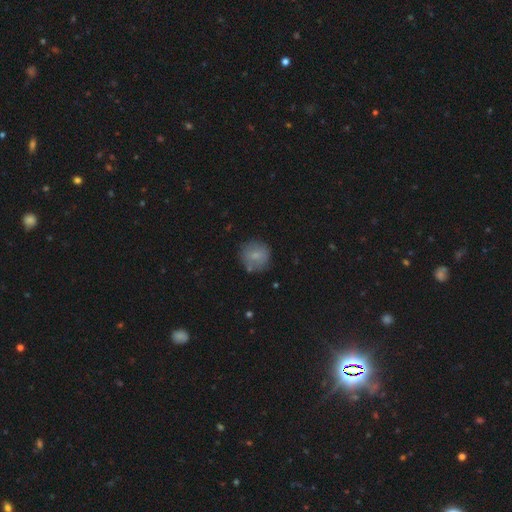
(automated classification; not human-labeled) Smooth or featured? smooth (76%)
How rounded? round (92%)
Merging? none (78%)